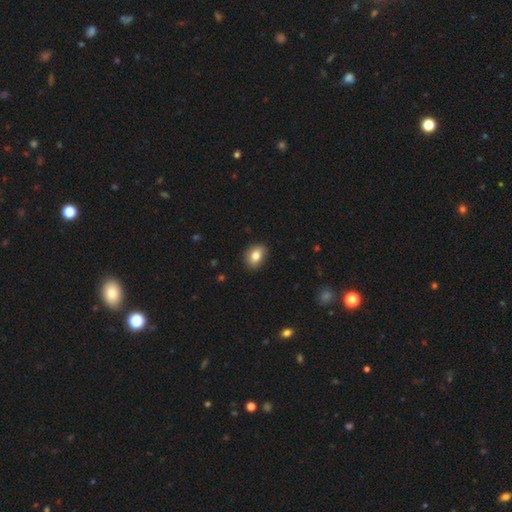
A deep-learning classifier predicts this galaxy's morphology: smooth-or-featured: smooth: 81% | featured or disk: 10% | star or artifact: 9%
  how-rounded: in between: 71% | round: 28% | cigar-shaped: 1%
  merging: none: 85% | minor disturbance: 12% | major disturbance: 2% | merger: 1%